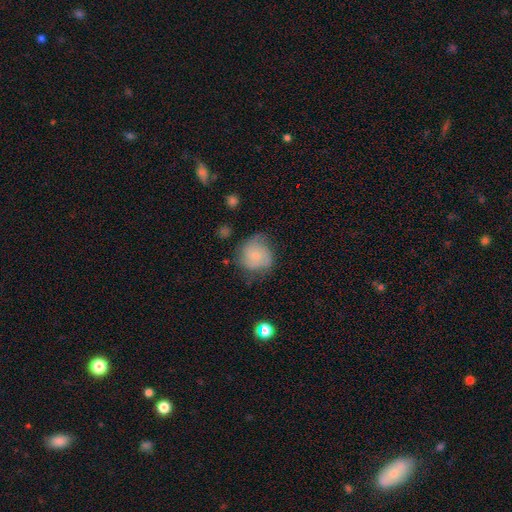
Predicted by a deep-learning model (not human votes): smooth 56%, featured or disk 37%, star or artifact 8%. Down the decision tree: how rounded — round (84%); merging — none (56%).